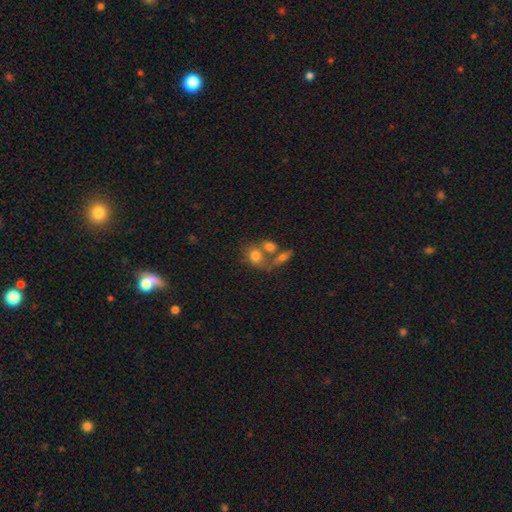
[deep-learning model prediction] Q: Smooth or featured?
A: smooth (71%); runner-up: featured or disk (19%)
Q: How rounded?
A: in between (51%); runner-up: round (47%)
Q: Merging?
A: merger (48%); runner-up: none (33%)